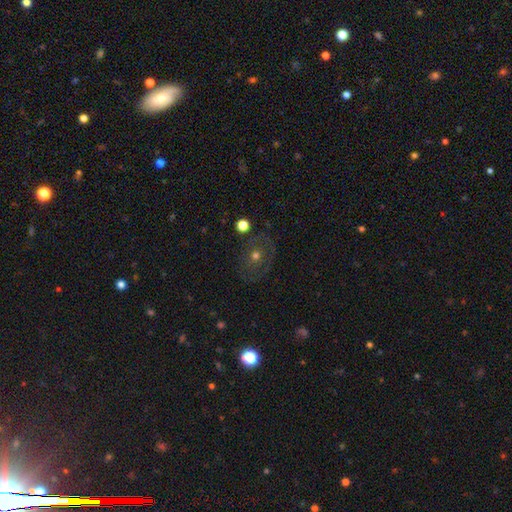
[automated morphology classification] smooth_or_featured: featured or disk (p=0.43) [alt: smooth p=0.40]
merging: none (p=0.74) [alt: minor disturbance p=0.15]